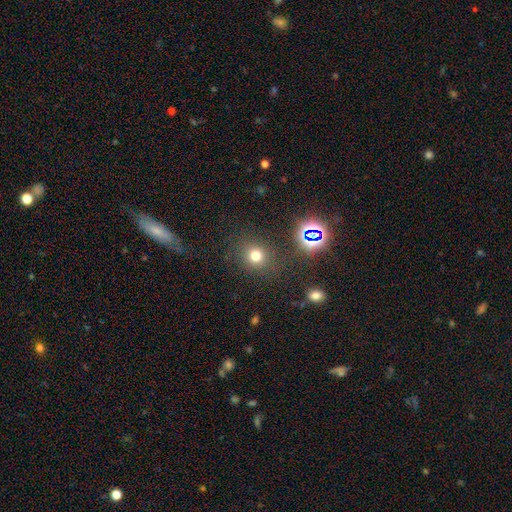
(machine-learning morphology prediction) This is likely a smooth galaxy (70%). How rounded: clearly round (86%). Merging: clearly none (84%).